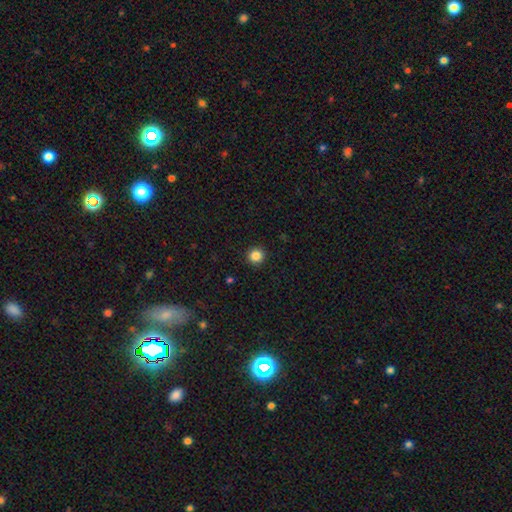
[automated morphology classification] Overall: smooth (85%). How rounded: round (95%). Merging: none (93%).